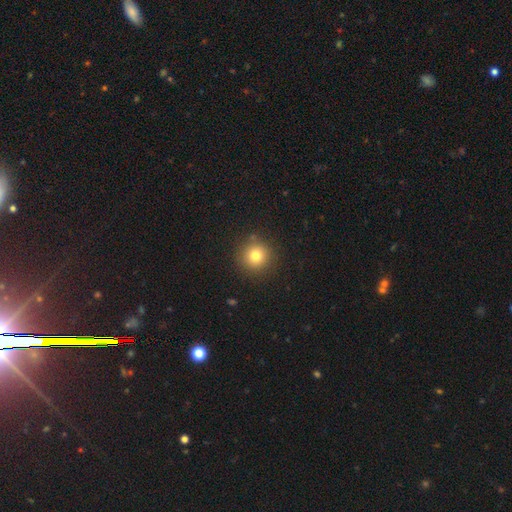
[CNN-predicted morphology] type=smooth (79%); roundness=round (94%); merging=none (89%).